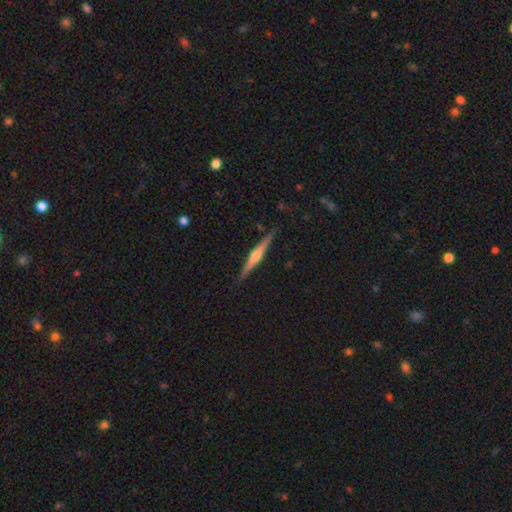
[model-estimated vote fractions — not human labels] Smooth or featured? featured or disk (73%)
Edge-on disk? yes (98%)
Edge-on bulge? rounded (83%)
Merging? none (89%)